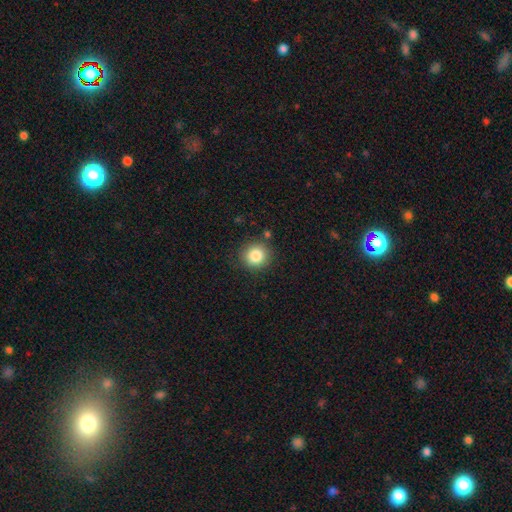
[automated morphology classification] This appears to be a smooth galaxy with no disk features (84%) that is round (91%). Merging: none (85%).